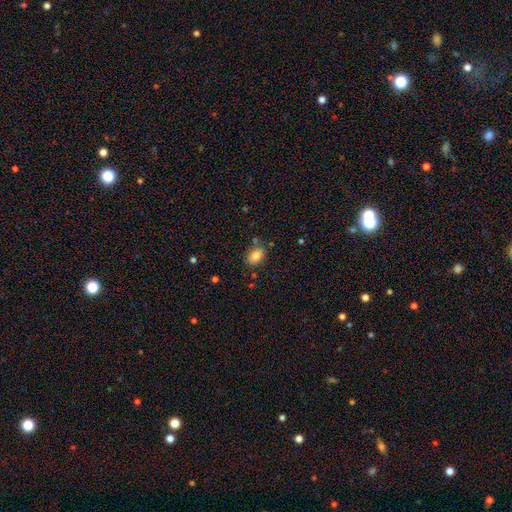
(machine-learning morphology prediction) Smooth or featured?
  - smooth: 82% *
  - featured or disk: 9%
  - star or artifact: 9%
How rounded?
  - in between: 81% *
  - round: 18%
  - cigar-shaped: 1%
Merging?
  - none: 77% *
  - minor disturbance: 14%
  - merger: 6%
  - major disturbance: 3%